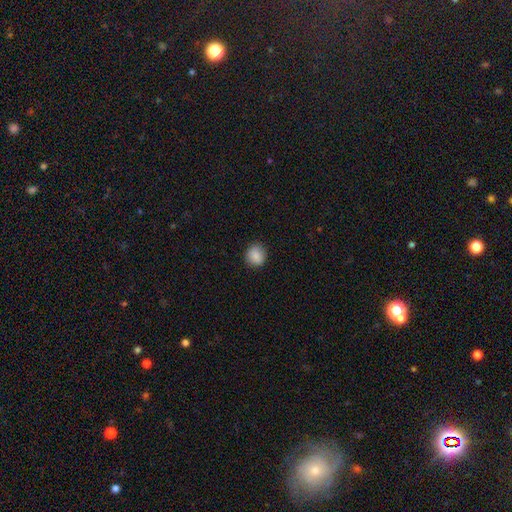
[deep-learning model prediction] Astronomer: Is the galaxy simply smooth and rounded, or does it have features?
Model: smooth — 88%.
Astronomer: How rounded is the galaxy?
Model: round — 82%.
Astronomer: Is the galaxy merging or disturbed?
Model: none — 89%.